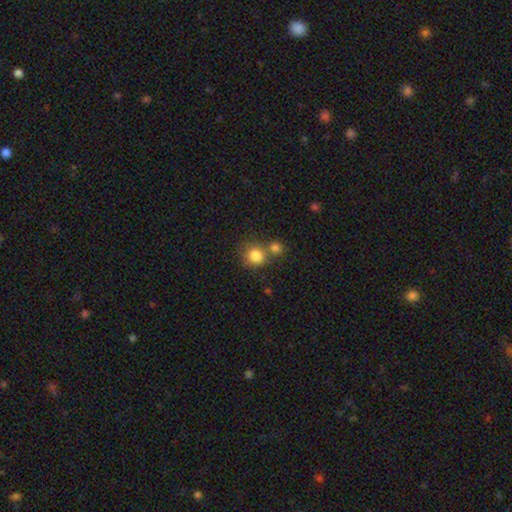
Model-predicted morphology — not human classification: Overall: smooth (83%). How rounded: round (86%). Merging: none (57%; merger 30%).